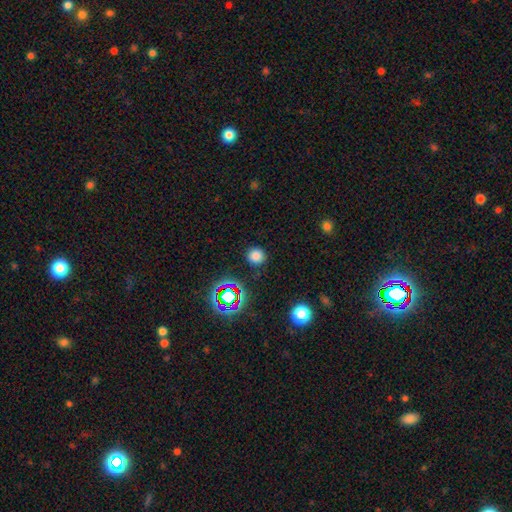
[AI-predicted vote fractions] The model was most divided on "smooth or featured": smooth: 76%, star or artifact: 18%, featured or disk: 5%. More confident: how rounded — round (90%); merging — none (88%).